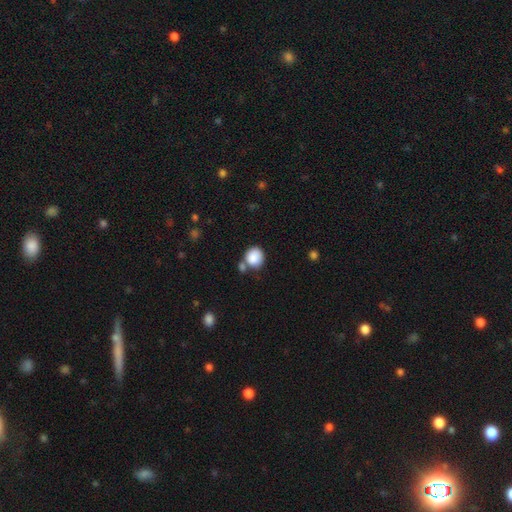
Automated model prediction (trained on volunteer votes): Smooth or featured? Predicted: smooth (p=0.87). How rounded? Predicted: round (p=0.80). Merging? Predicted: none (p=0.59).